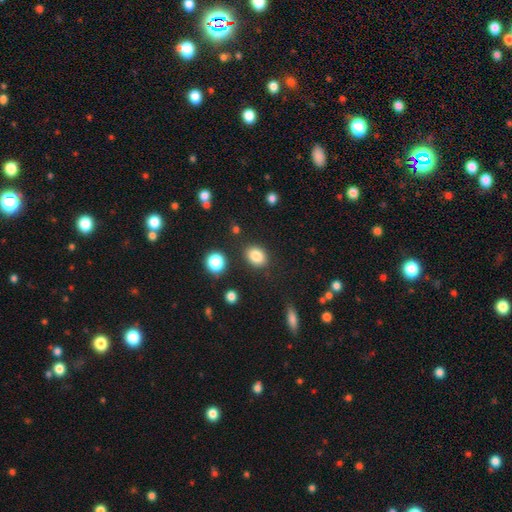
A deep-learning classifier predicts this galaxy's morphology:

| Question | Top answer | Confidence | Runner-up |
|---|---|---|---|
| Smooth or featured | smooth | 84% | star or artifact (10%) |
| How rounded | in between | 57% | round (42%) |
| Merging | none | 84% | minor disturbance (10%) |